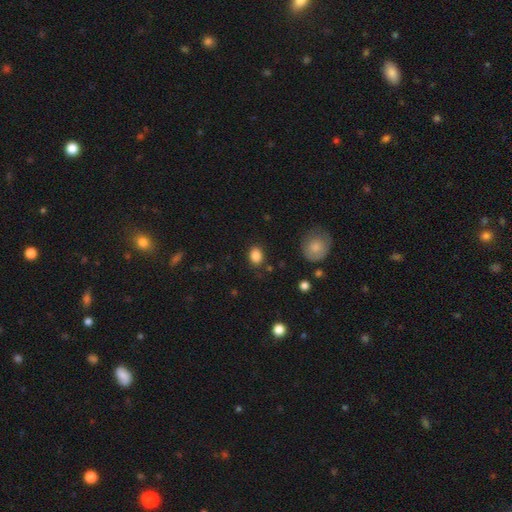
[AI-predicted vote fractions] smooth 86%, star or artifact 9%, featured or disk 4%. Down the decision tree: how rounded — in between (62%); merging — none (85%).